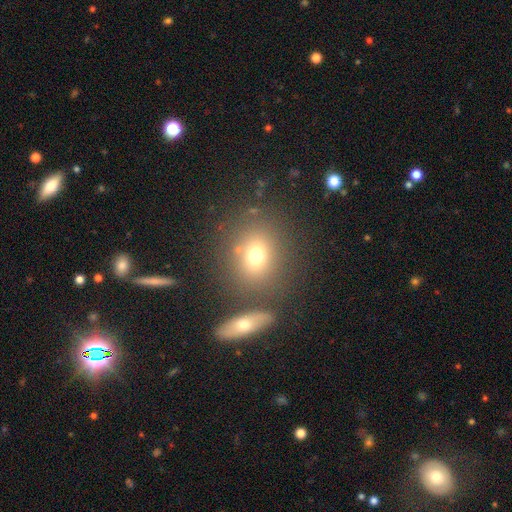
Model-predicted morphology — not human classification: Smooth or featured: smooth — 71% (featured or disk — 15%)
How rounded: round — 63% (in between — 35%)
Merging: none — 69% (merger — 15%)